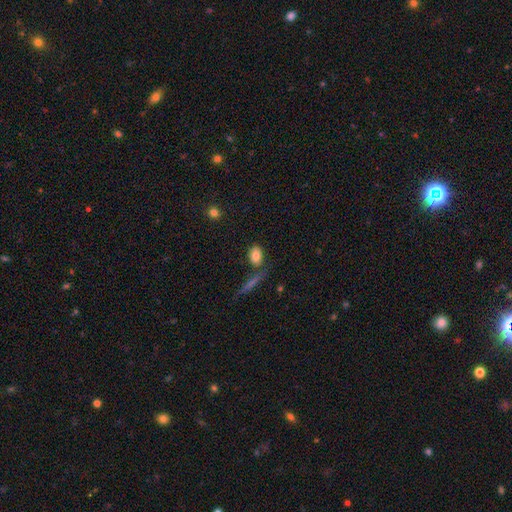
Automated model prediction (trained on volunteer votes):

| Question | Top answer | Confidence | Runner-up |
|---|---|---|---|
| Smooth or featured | smooth | 83% | featured or disk (9%) |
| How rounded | in between | 81% | round (15%) |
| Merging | none | 70% | minor disturbance (14%) |